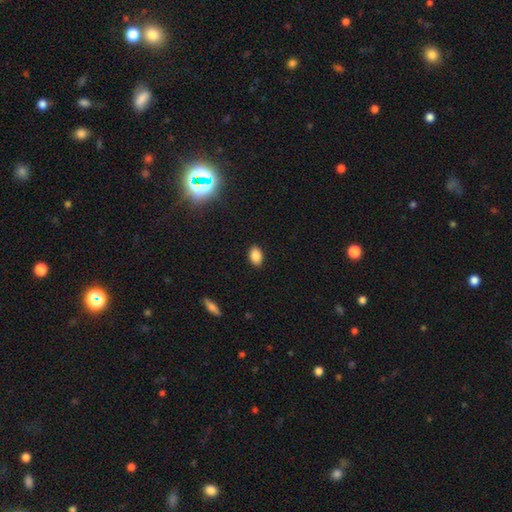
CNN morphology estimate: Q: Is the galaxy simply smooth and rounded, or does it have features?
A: smooth — 87%.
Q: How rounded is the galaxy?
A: in between — 86%.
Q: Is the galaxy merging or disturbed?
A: none — 89%.